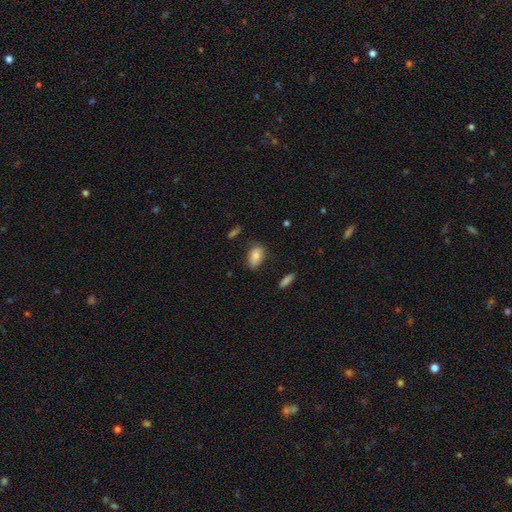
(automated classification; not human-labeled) Overall: smooth (79%). How rounded: in between (89%). Merging: none (79%).